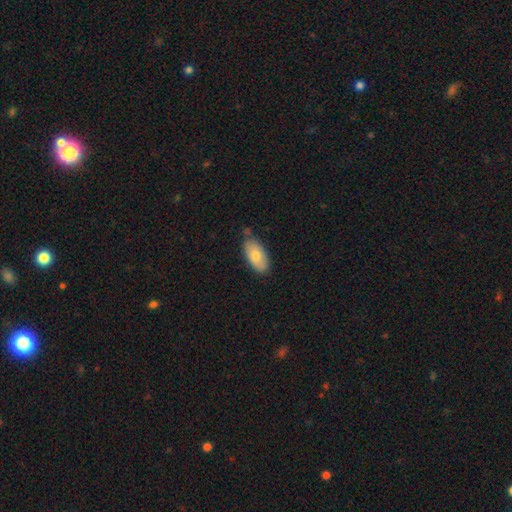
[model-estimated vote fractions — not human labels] This is likely a smooth galaxy (72%). How rounded: clearly in between (92%). Merging: likely none (72%).